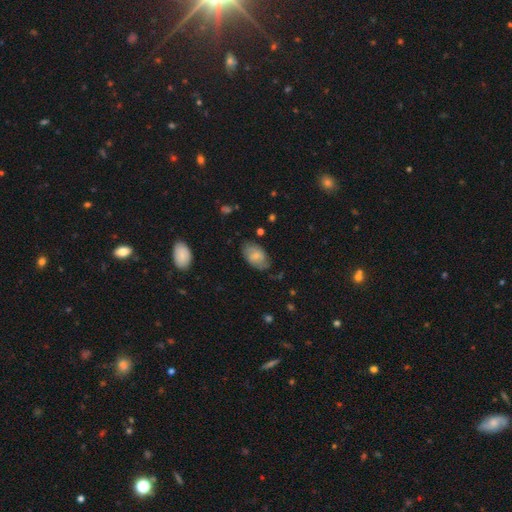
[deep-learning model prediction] This appears to be a smooth galaxy with no disk features (59%) that is in between round and cigar-shaped (91%). Merging: none (67%).